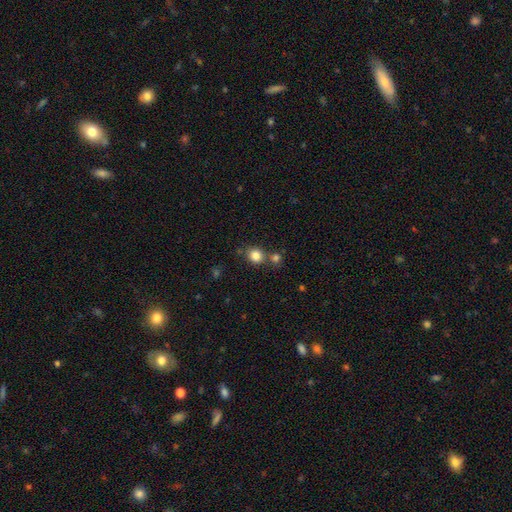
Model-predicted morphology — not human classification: This appears to be a smooth galaxy with no disk features (83%) that is round (74%). Merging: none (65%).